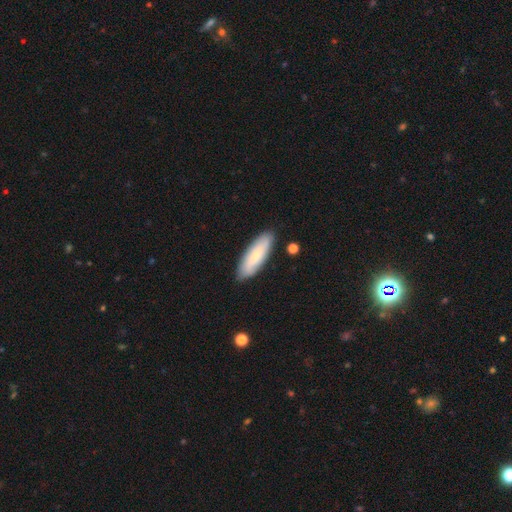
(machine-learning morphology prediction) type=smooth (69%); roundness=in between (56%); merging=none (86%).